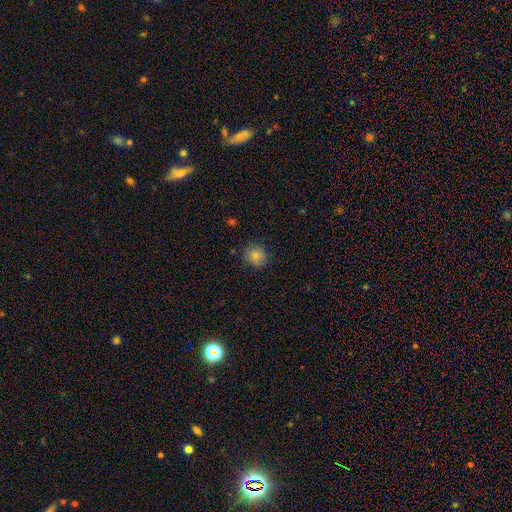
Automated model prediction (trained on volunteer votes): Q: Smooth or featured?
A: smooth (85%); runner-up: star or artifact (10%)
Q: How rounded?
A: round (84%); runner-up: in between (15%)
Q: Merging?
A: none (83%); runner-up: minor disturbance (13%)